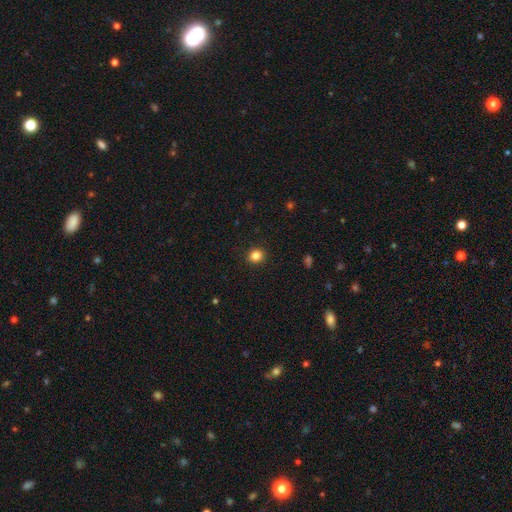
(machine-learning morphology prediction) smooth 84%, star or artifact 12%, featured or disk 4%. Down the decision tree: how rounded — round (84%); merging — none (92%).